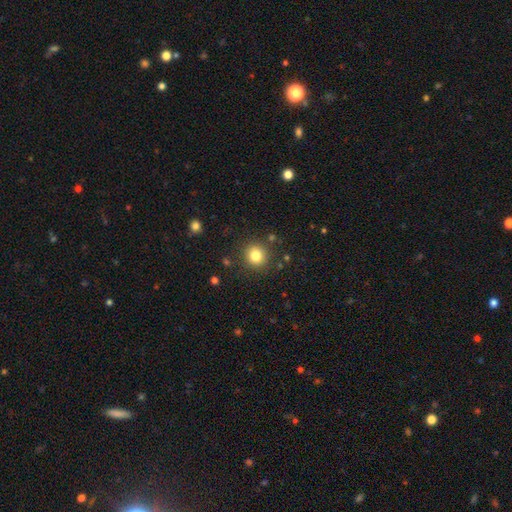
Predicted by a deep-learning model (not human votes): This is clearly a smooth galaxy (81%). How rounded: clearly round (91%). Merging: clearly none (87%).